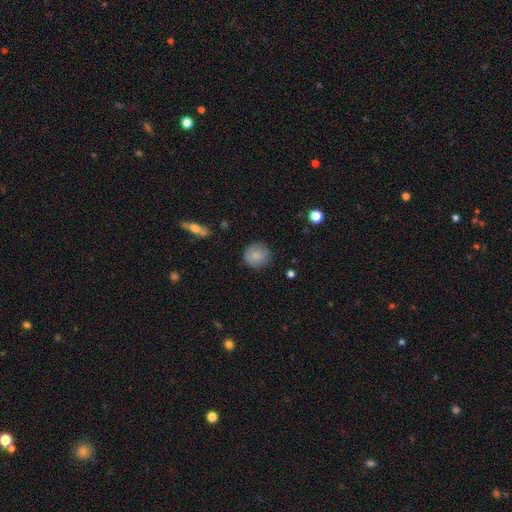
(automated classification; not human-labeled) smooth_or_featured: smooth (p=0.81) [alt: featured or disk p=0.11]
how_rounded: round (p=0.92) [alt: in between p=0.07]
merging: none (p=0.81) [alt: minor disturbance p=0.14]